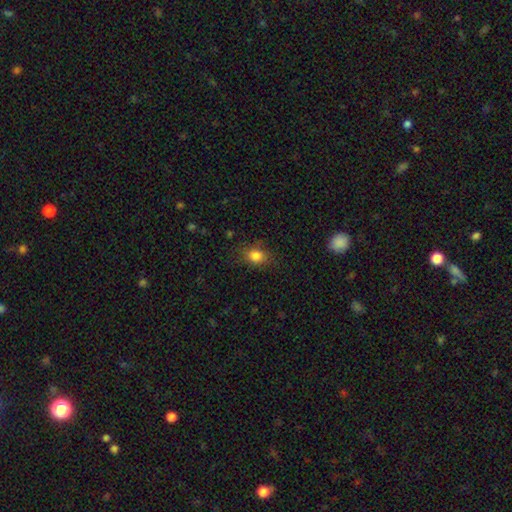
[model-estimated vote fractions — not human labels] This is clearly a smooth galaxy (82%). How rounded: possibly in between (57%). Merging: likely none (79%).